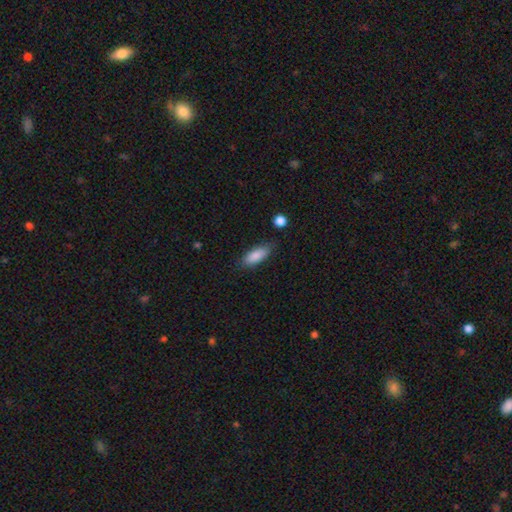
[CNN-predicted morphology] type=smooth (87%); roundness=in between (76%); merging=none (80%).